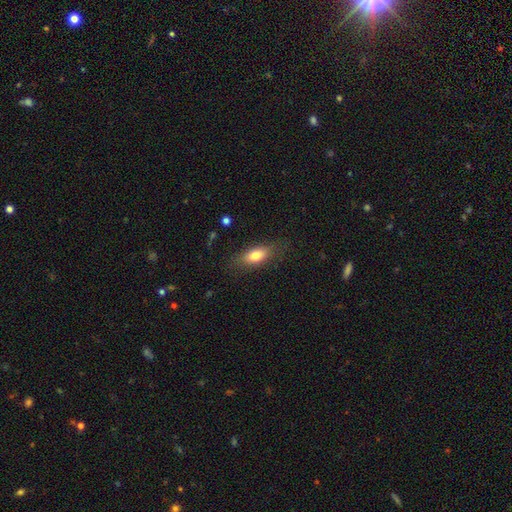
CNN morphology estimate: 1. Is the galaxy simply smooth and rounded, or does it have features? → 77% smooth, 16% featured or disk, 7% star or artifact.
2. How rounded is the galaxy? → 78% in between, 18% cigar-shaped, 4% round.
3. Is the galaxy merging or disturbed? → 80% none, 14% minor disturbance, 5% major disturbance, 1% merger.